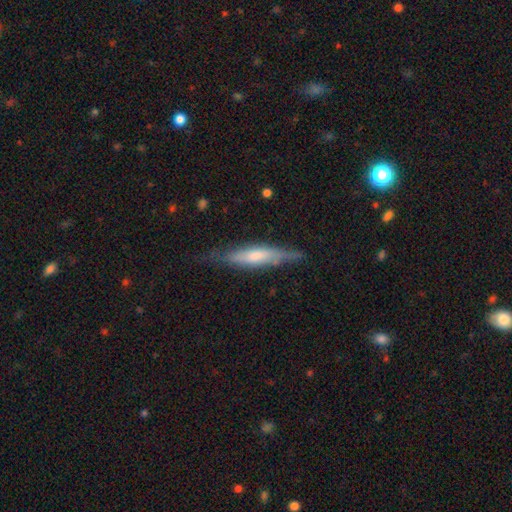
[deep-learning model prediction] Q: Smooth or featured?
A: featured or disk (48%); runner-up: smooth (46%)
Q: Merging?
A: none (68%); runner-up: minor disturbance (24%)